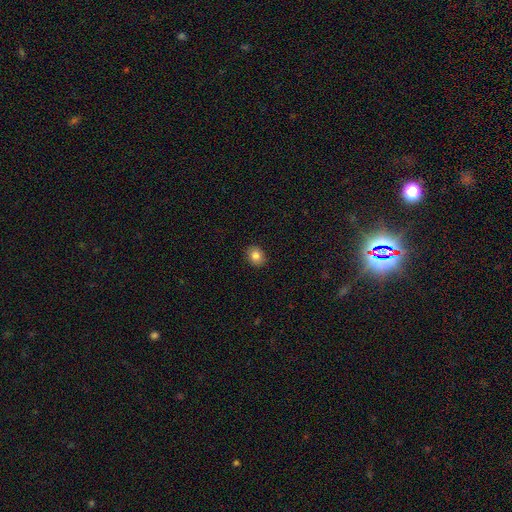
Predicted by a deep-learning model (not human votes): A smooth galaxy with no disk features (83%) that is round (61%). Merging: none (90%).